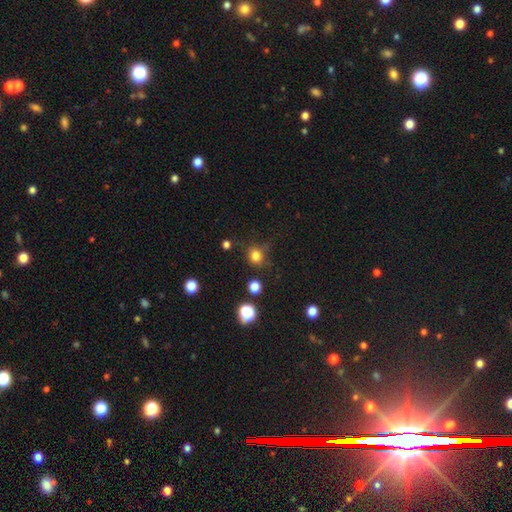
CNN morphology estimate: type=smooth (79%); roundness=round (87%); merging=none (76%).